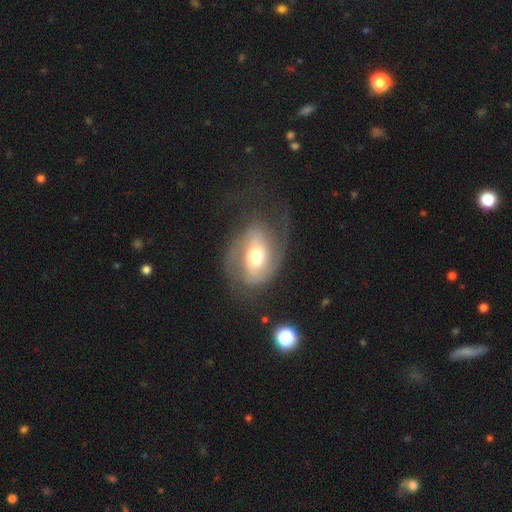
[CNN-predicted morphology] This is clearly a featured or disk galaxy (81%). It is clearly not viewed edge-on (96%). Bar: marginally no (43%). Spiral arm pattern: clearly yes (93%). Spiral arm count: likely 2 (72%). Spiral winding: possibly medium (45%). Central bulge: likely moderate (64%). Merging: possibly none (55%).